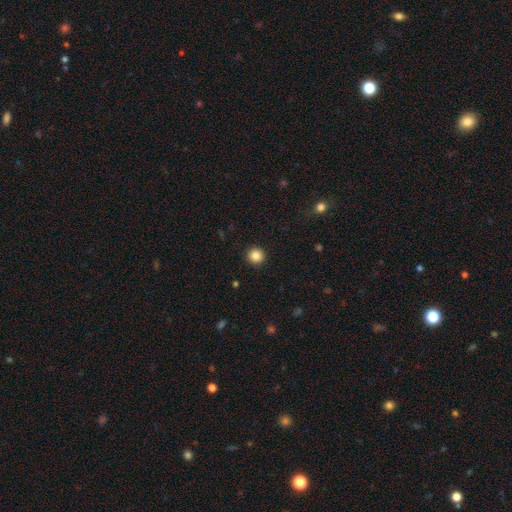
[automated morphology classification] A smooth galaxy with no disk features (85%) that is round (95%). Merging: none (93%).